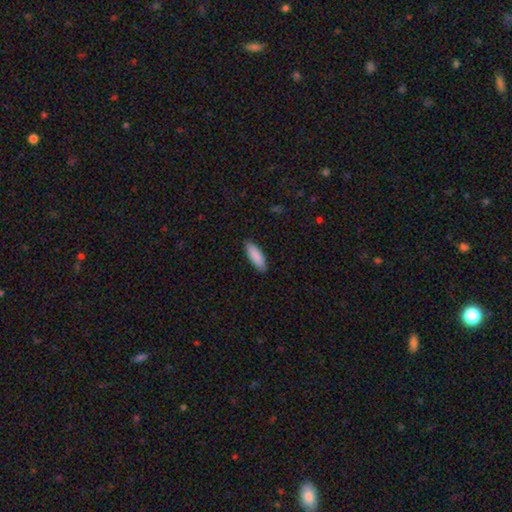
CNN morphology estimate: This appears to be a smooth galaxy with no disk features (89%) that is in between round and cigar-shaped (54%). Merging: none (89%).